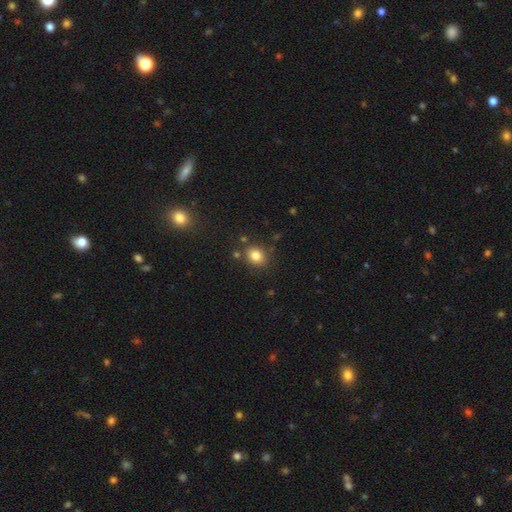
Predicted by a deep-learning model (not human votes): Morphology: type=smooth (82%); roundness=round (58%); merging=none (80%).